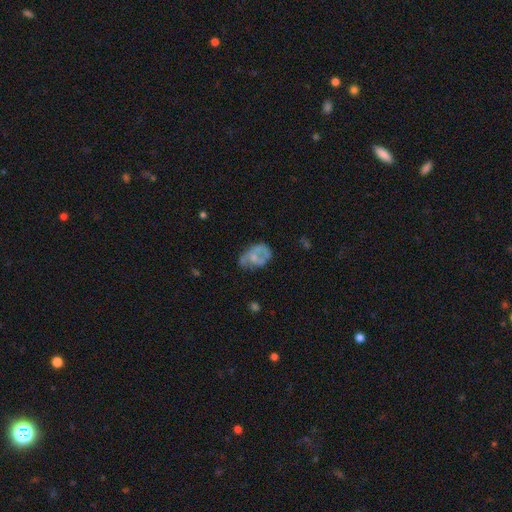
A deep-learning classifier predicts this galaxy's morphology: smooth-or-featured: featured or disk: 53% | smooth: 37% | star or artifact: 10%
  disk-edge-on: no: 97% | yes: 3%
    bar: no: 83% | weak: 14% | strong: 3%
    has-spiral-arms: no: 75% | yes: 25%
    bulge-size: small: 35% | none: 33% | moderate: 28% | large: 3% | dominant: 1%
  merging: none: 37% | major disturbance: 28% | minor disturbance: 28% | merger: 7%